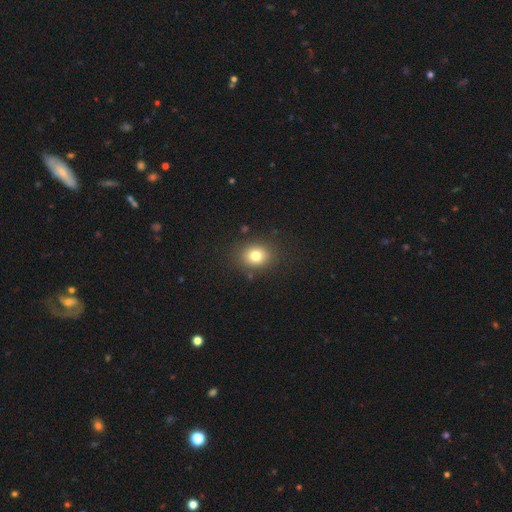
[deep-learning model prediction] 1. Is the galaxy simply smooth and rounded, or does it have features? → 78% smooth, 12% star or artifact, 9% featured or disk.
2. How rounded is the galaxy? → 64% round, 36% in between, 1% cigar-shaped.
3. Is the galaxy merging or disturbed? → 86% none, 9% minor disturbance, 3% major disturbance, 2% merger.